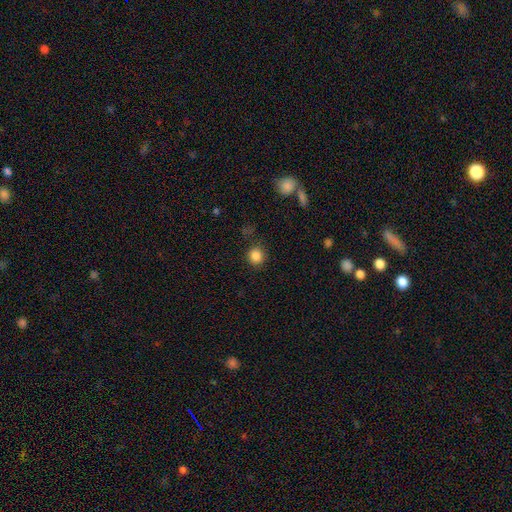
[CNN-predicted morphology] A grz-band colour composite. It shows a smooth galaxy with no disk features (85%) that is round (90%). Merging: none (85%).